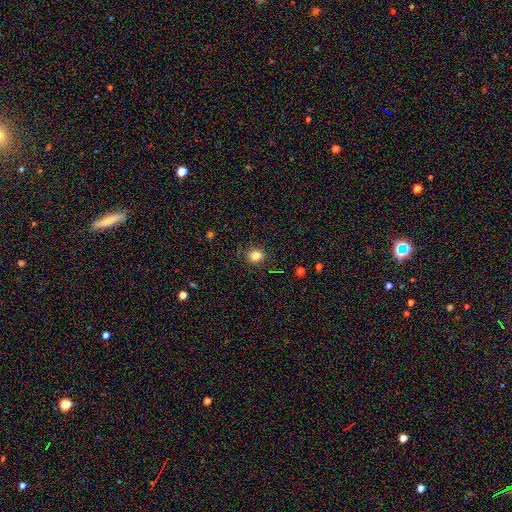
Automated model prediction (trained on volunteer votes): Overall: smooth (81%). How rounded: round (79%). Merging: none (90%).